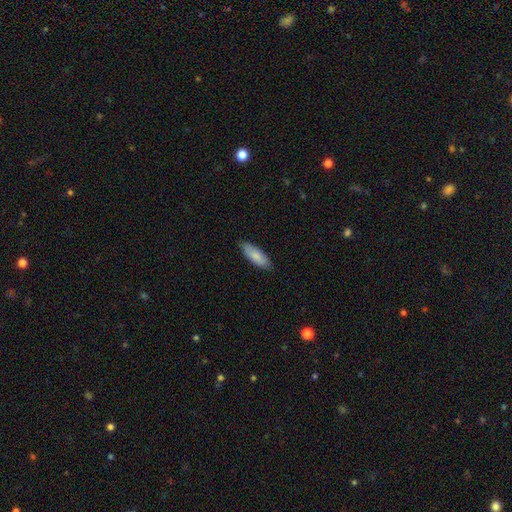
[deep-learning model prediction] Smooth or featured: smooth — 85% (featured or disk — 10%)
How rounded: in between — 66% (cigar-shaped — 33%)
Merging: none — 84% (minor disturbance — 13%)